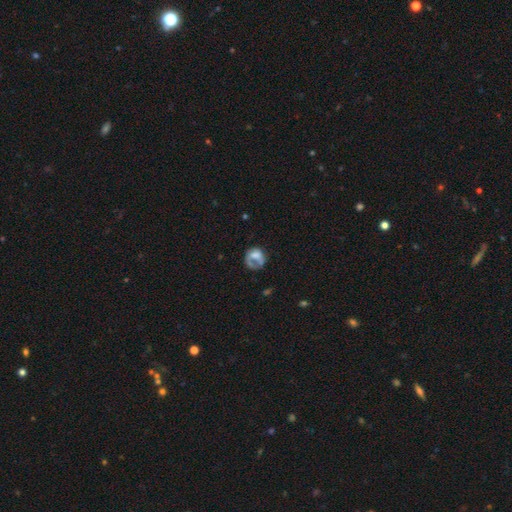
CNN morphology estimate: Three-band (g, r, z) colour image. It shows a smooth galaxy with no disk features (52%) that is round (62%). Merging: major disturbance (38%).